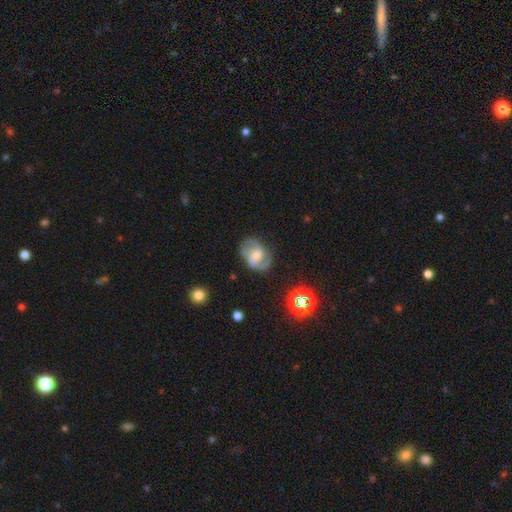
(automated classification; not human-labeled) Smooth or featured: featured or disk — 74% (smooth — 18%)
Edge-on disk: no — 98% (yes — 2%)
Bar: no — 46% (weak — 42%)
Spiral arms: yes — 91% (no — 9%)
Spiral winding: medium — 53% (tight — 25%)
Spiral arm count: 2 — 81% (can't tell — 8%)
Bulge size: moderate — 42% (small — 35%)
Merging: none — 67% (minor disturbance — 19%)